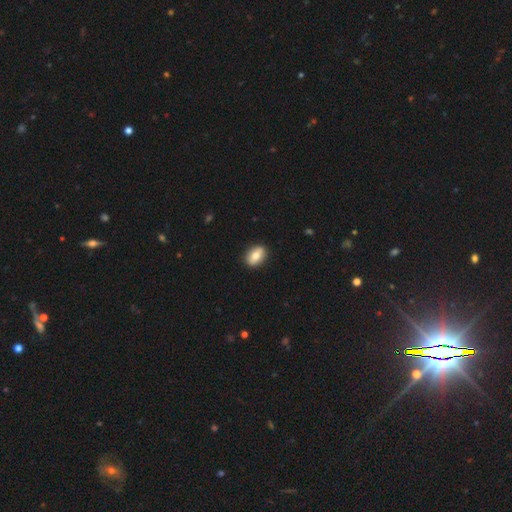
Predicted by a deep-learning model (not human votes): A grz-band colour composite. It shows a smooth galaxy with no disk features (75%) that is in between round and cigar-shaped (80%). Merging: none (89%).